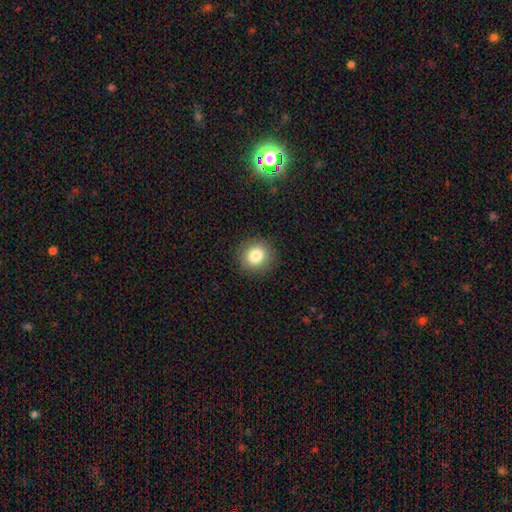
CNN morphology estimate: A smooth galaxy with no disk features (82%) that is round (90%). Merging: none (90%).